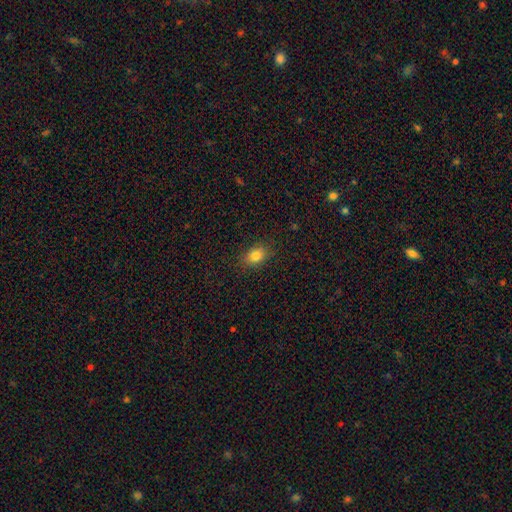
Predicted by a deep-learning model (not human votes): A smooth galaxy with no disk features (82%) that is in between round and cigar-shaped (72%).

Vote fractions:
- Smooth or featured? smooth: 82% / star or artifact: 11% / featured or disk: 7%
- How rounded? in between: 72% / round: 26% / cigar-shaped: 2%
- Merging? none: 86% / minor disturbance: 10% / major disturbance: 3% / merger: 1%